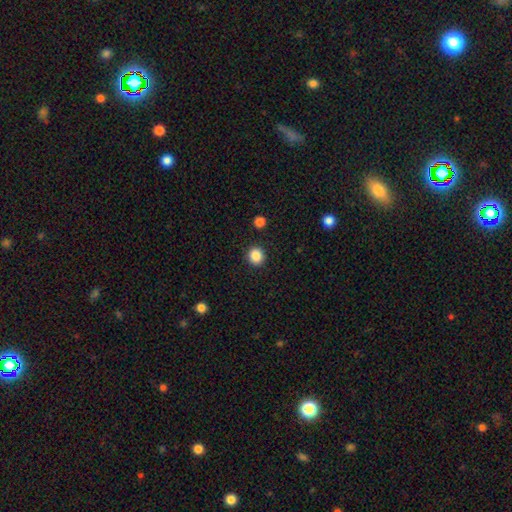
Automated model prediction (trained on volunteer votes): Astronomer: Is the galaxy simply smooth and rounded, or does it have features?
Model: smooth — 87%.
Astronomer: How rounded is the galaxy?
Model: round — 85%.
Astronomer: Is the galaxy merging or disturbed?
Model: none — 91%.